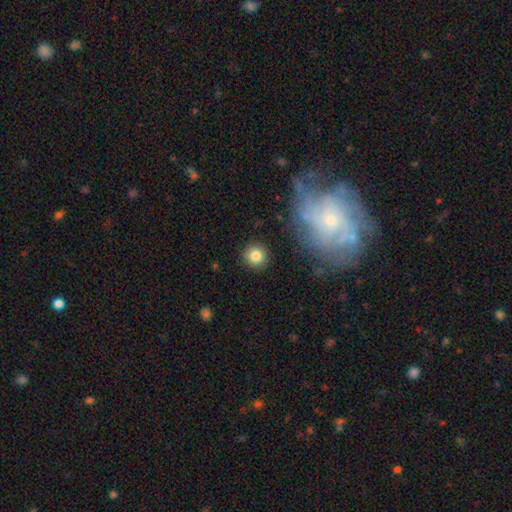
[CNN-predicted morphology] The model was most divided on "smooth or featured": smooth: 83%, star or artifact: 10%, featured or disk: 7%. More confident: how rounded — round (94%); merging — none (90%).